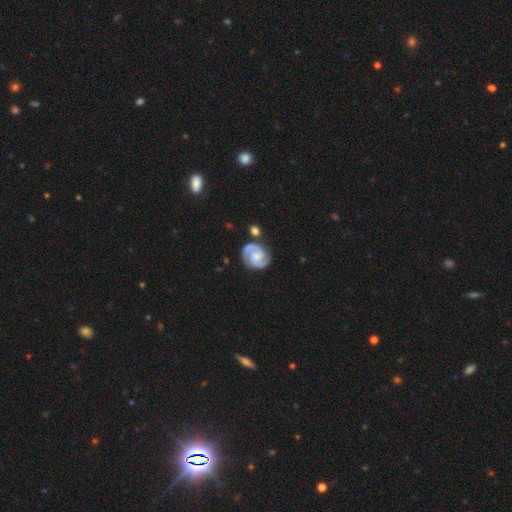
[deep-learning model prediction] Smooth or featured: featured or disk — 90% (smooth — 6%)
Edge-on disk: no — 98% (yes — 2%)
Bar: no — 56% (weak — 34%)
Spiral arms: yes — 98% (no — 2%)
Spiral winding: tight — 55% (medium — 39%)
Spiral arm count: 2 — 92% (3 — 3%)
Bulge size: small — 45% (moderate — 31%)
Merging: none — 78% (minor disturbance — 13%)